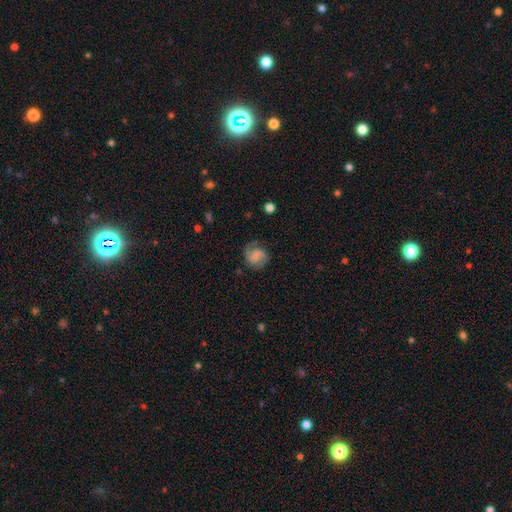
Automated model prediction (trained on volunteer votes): Smooth or featured?
  - featured or disk: 64% *
  - smooth: 28%
  - star or artifact: 8%
Edge-on disk?
  - no: 98% *
  - yes: 2%
Bar?
  - weak: 49% *
  - no: 36%
  - strong: 15%
Spiral arms?
  - yes: 93% *
  - no: 7%
Spiral winding?
  - medium: 49% *
  - tight: 28%
  - loose: 23%
Spiral arm count?
  - 2: 80% *
  - 1: 9%
  - can't tell: 7%
  - 3: 2%
  - 4: 1%
  - more than 4: 1%
Bulge size?
  - none: 38% *
  - small: 36%
  - moderate: 20%
  - large: 5%
  - dominant: 2%
Merging?
  - none: 70% *
  - minor disturbance: 19%
  - major disturbance: 9%
  - merger: 2%